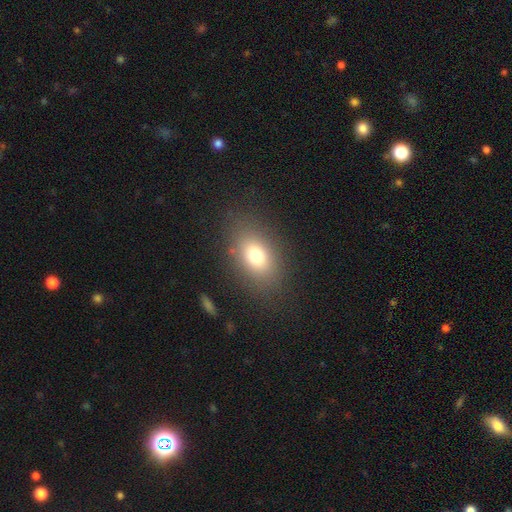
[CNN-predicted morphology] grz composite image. It shows a smooth galaxy with no disk features (75%) that is in between round and cigar-shaped (78%). Merging: none (82%).